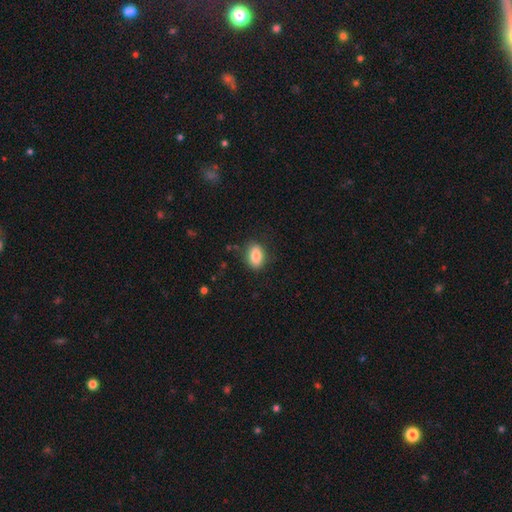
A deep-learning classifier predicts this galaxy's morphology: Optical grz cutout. It shows a smooth galaxy with no disk features (85%) that is in between round and cigar-shaped (84%). Merging: none (81%).